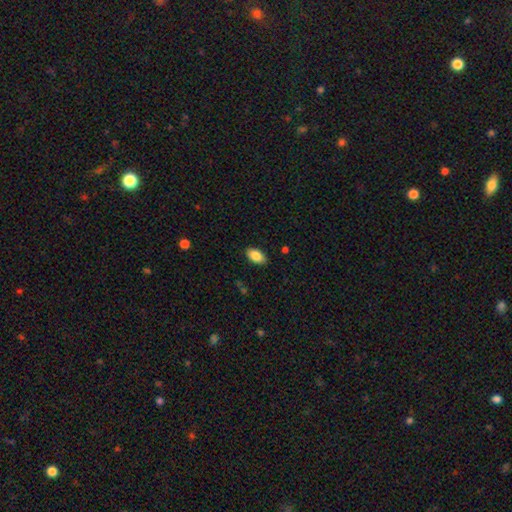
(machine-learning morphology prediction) Smooth or featured?
  - smooth: 87% *
  - star or artifact: 7%
  - featured or disk: 6%
How rounded?
  - in between: 93% *
  - round: 4%
  - cigar-shaped: 2%
Merging?
  - none: 88% *
  - minor disturbance: 9%
  - major disturbance: 2%
  - merger: 1%